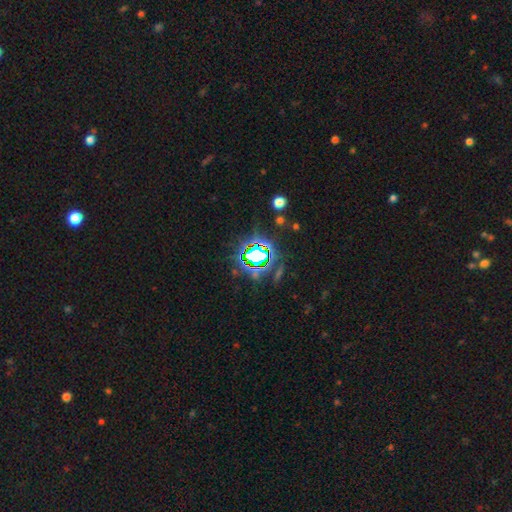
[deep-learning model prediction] smooth-or-featured: star or artifact: 73% | smooth: 16% | featured or disk: 12%